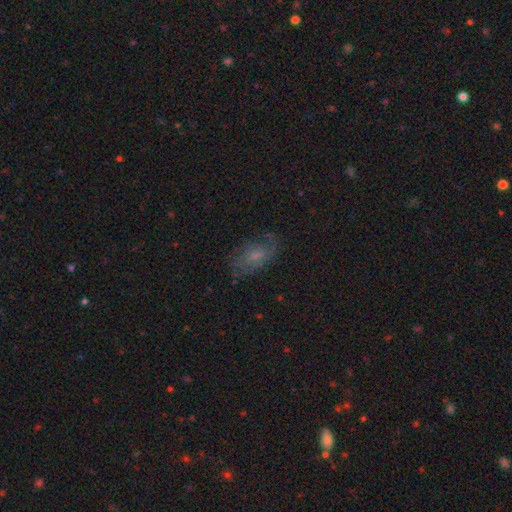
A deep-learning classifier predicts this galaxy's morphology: Smooth or featured?
  - featured or disk: 51% *
  - smooth: 38%
  - star or artifact: 11%
Edge-on disk?
  - no: 94% *
  - yes: 6%
Merging?
  - none: 63% *
  - minor disturbance: 23%
  - major disturbance: 13%
  - merger: 2%